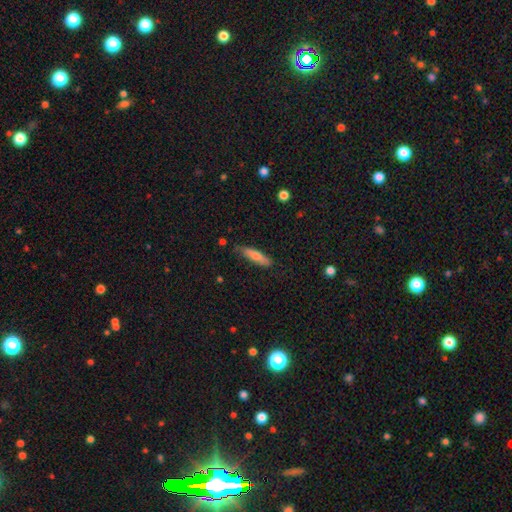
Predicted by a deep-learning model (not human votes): Q: Smooth or featured?
A: smooth (70%); runner-up: featured or disk (24%)
Q: How rounded?
A: cigar-shaped (80%); runner-up: in between (18%)
Q: Merging?
A: none (80%); runner-up: minor disturbance (16%)